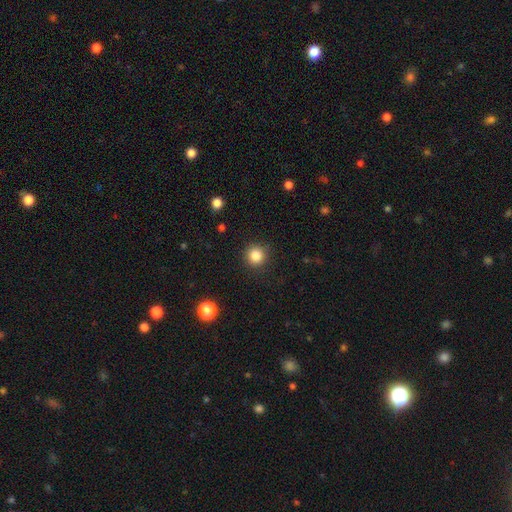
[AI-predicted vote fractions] The model was most divided on "smooth or featured": smooth: 84%, star or artifact: 11%, featured or disk: 4%. More confident: how rounded — round (94%); merging — none (90%).